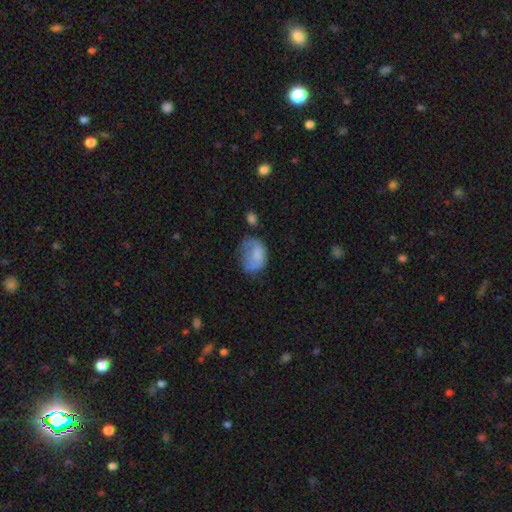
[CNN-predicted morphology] A smooth galaxy with no disk features (65%) that is in between round and cigar-shaped (67%).

Vote fractions:
- Smooth or featured? smooth: 65% / featured or disk: 25% / star or artifact: 9%
- How rounded? in between: 67% / round: 32% / cigar-shaped: 1%
- Merging? none: 34% / minor disturbance: 33% / major disturbance: 28% / merger: 5%